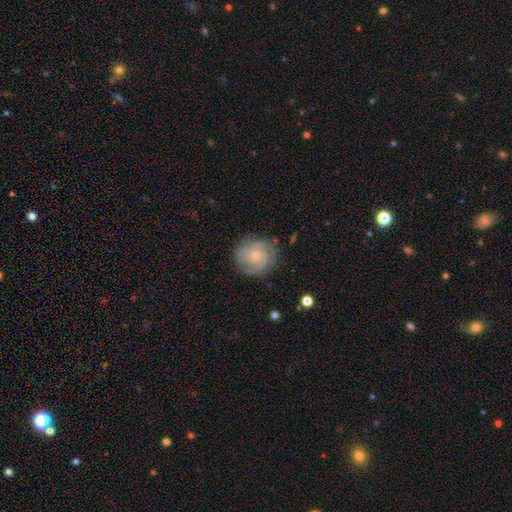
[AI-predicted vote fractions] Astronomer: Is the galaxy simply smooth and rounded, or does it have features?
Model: featured or disk — 77%.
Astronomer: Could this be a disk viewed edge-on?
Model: no — 98%.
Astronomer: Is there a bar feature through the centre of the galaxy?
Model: no — 76%.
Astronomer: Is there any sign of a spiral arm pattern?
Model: yes — 93%.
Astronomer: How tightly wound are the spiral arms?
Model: tight — 64%.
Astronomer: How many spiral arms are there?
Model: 3 — 29% (runner-up: 2, 27%).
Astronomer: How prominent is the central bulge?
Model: small — 70%.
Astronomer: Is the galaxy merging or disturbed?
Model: none — 78%.